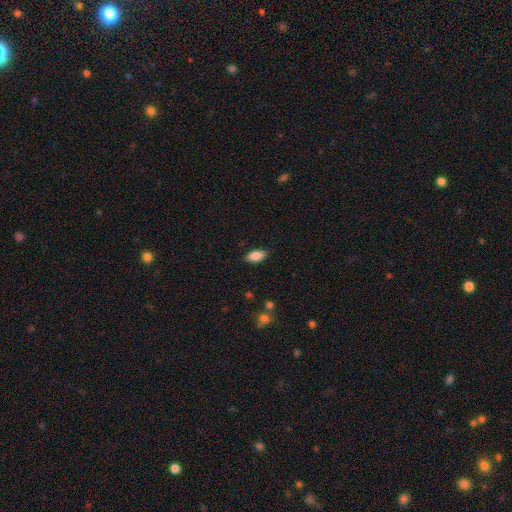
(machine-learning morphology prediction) Q: Smooth or featured?
A: smooth (85%); runner-up: featured or disk (7%)
Q: How rounded?
A: in between (90%); runner-up: cigar-shaped (6%)
Q: Merging?
A: none (86%); runner-up: minor disturbance (10%)